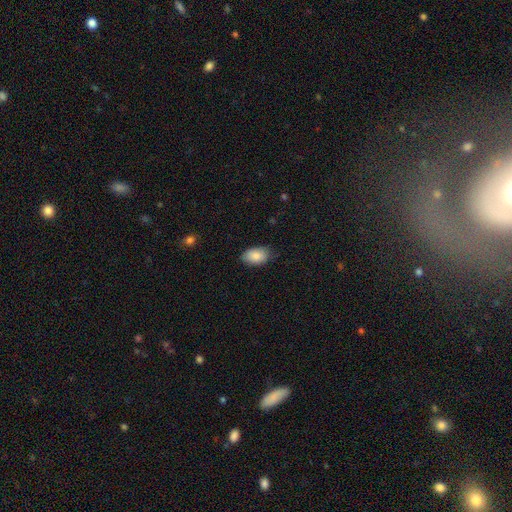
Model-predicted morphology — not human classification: This appears to be a smooth galaxy with no disk features (87%) that is in between round and cigar-shaped (91%). Merging: none (78%).